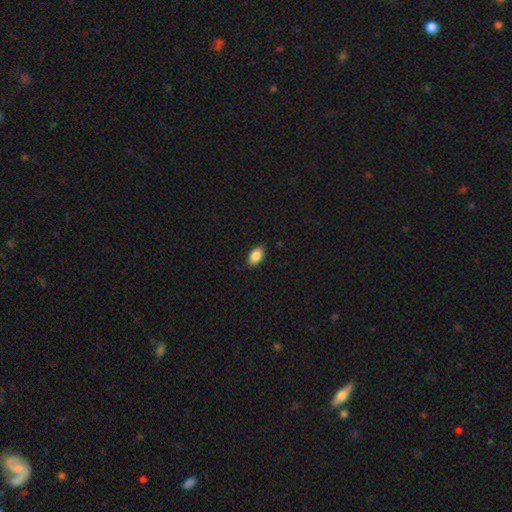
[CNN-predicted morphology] The model was most divided on "merging": none: 88%, minor disturbance: 9%, major disturbance: 2%, merger: 1%. More confident: how rounded — in between (92%); smooth or featured — smooth (88%).